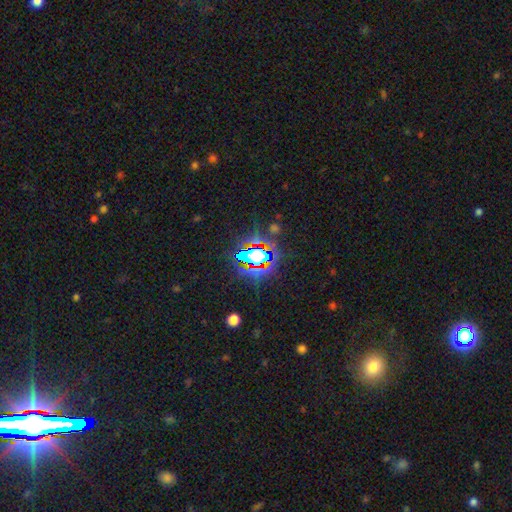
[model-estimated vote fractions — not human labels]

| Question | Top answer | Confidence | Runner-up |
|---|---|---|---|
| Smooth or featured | star or artifact | 64% | smooth (22%) |